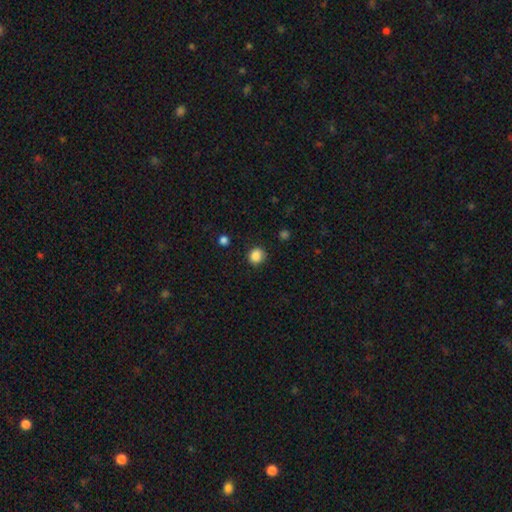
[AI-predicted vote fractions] smooth 86%, star or artifact 10%, featured or disk 3%. Down the decision tree: how rounded — round (83%); merging — none (86%).